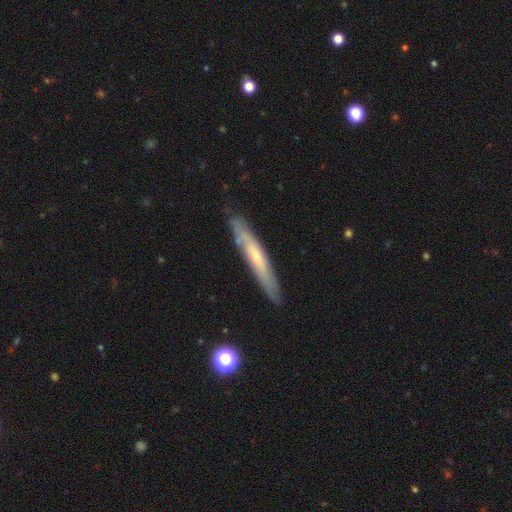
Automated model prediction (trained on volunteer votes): The model was most divided on "smooth or featured": featured or disk: 56%, smooth: 38%, star or artifact: 6%. More confident: merging — none (83%); edge-on disk — yes (75%).